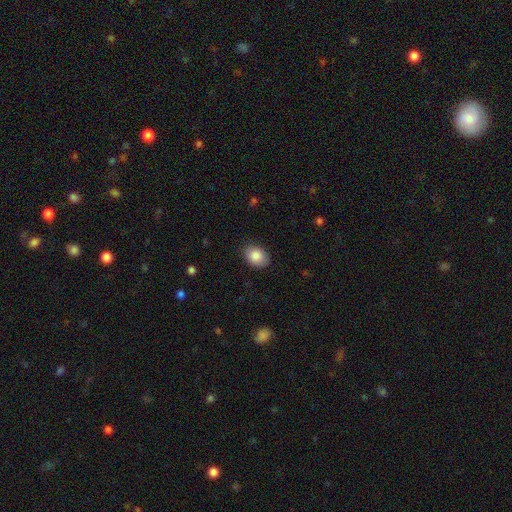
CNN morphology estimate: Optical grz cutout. It shows a smooth galaxy with no disk features (87%) that is in between round and cigar-shaped (73%). Merging: none (84%).